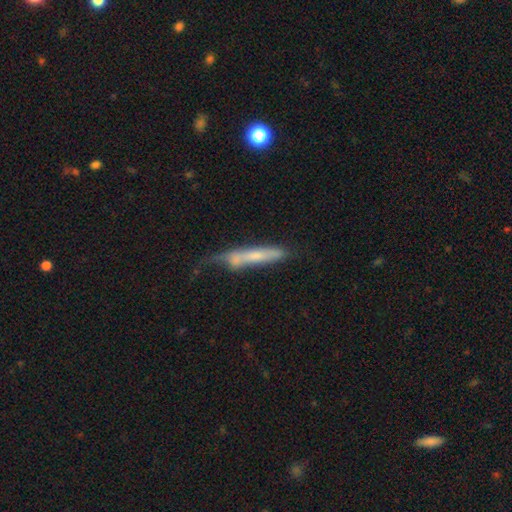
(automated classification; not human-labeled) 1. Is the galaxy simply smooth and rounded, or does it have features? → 51% smooth, 42% featured or disk, 7% star or artifact.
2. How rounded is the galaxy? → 89% cigar-shaped, 10% in between, 2% round.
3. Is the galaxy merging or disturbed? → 39% none, 25% minor disturbance, 18% major disturbance, 18% merger.